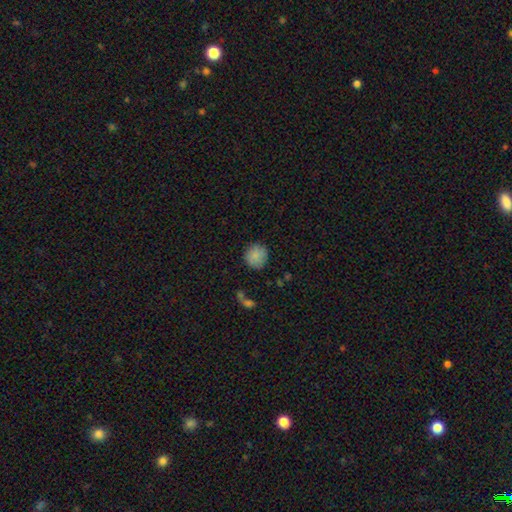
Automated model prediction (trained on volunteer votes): This is clearly a smooth galaxy (85%). How rounded: clearly round (88%). Merging: clearly none (81%).